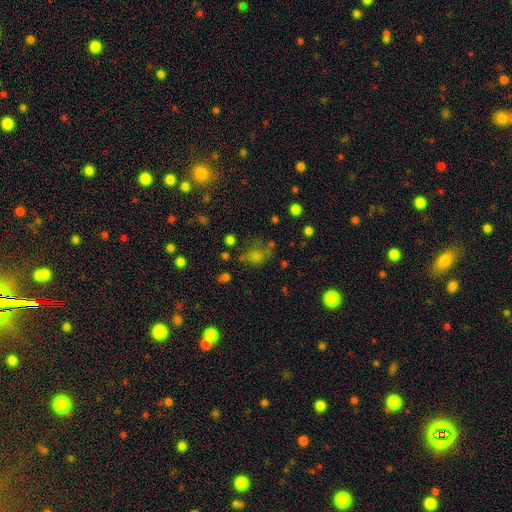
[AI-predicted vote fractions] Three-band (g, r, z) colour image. It shows a smooth galaxy with no disk features (68%) that is round (51%). Merging: none (49%).